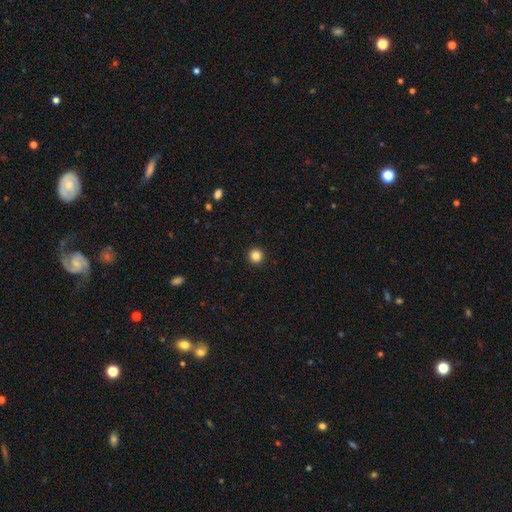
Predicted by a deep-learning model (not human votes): Smooth or featured: smooth — 85% (star or artifact — 11%)
How rounded: round — 96% (in between — 3%)
Merging: none — 93% (minor disturbance — 4%)